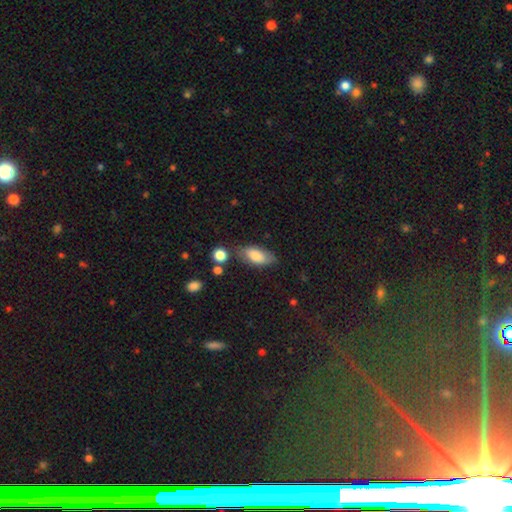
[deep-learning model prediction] Smooth or featured? Predicted: smooth (p=0.79). How rounded? Predicted: in between (p=0.87). Merging? Predicted: none (p=0.68).